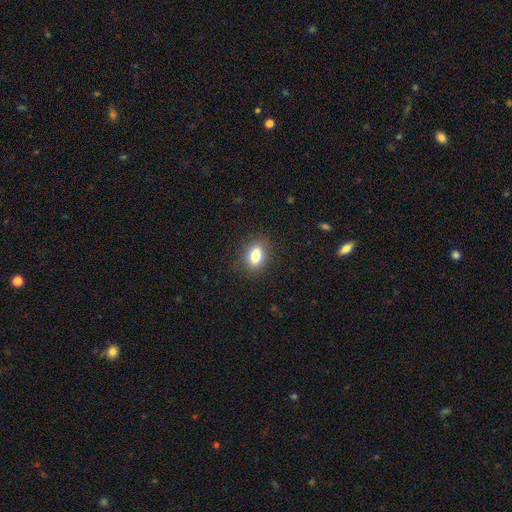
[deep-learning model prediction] Smooth or featured? smooth (80%)
How rounded? in between (75%)
Merging? none (87%)